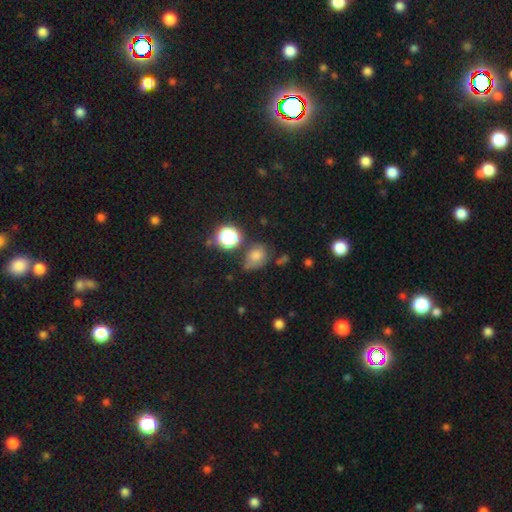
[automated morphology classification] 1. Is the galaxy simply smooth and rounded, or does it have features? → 62% smooth, 25% star or artifact, 13% featured or disk.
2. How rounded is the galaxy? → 50% round, 48% in between, 1% cigar-shaped.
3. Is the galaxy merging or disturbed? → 56% none, 26% minor disturbance, 11% major disturbance, 8% merger.